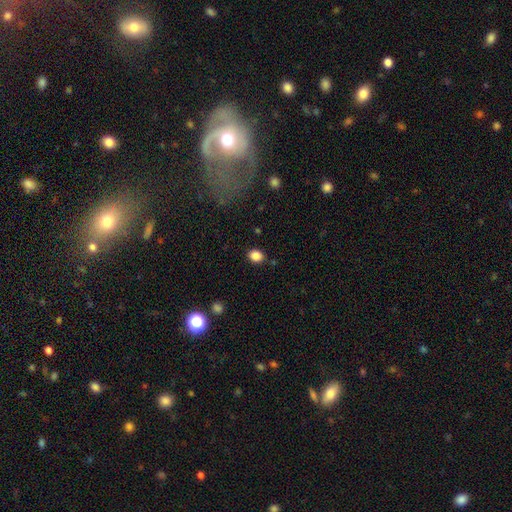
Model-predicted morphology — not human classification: Smooth or featured? Predicted: smooth (p=0.86). How rounded? Predicted: round (p=0.57). Merging? Predicted: none (p=0.86).